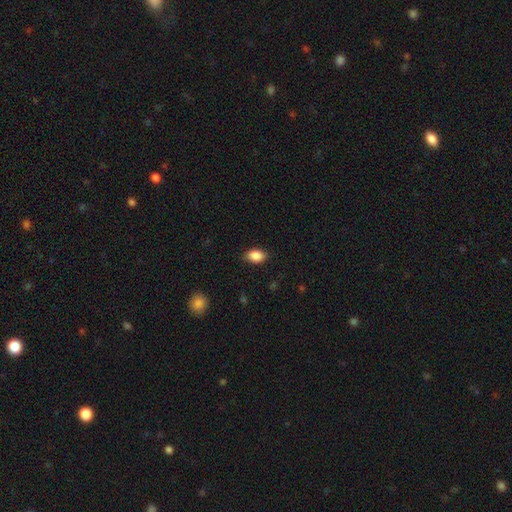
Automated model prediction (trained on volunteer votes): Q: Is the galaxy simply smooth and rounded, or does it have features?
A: smooth — 88%.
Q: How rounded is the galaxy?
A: in between — 86%.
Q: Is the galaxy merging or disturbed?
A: none — 84%.